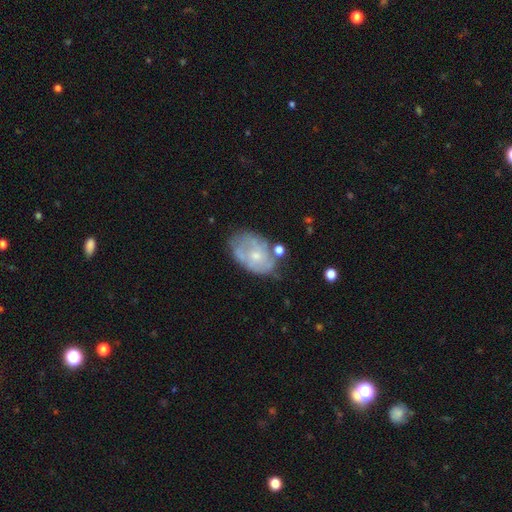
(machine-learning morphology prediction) This appears to be a featured or disk galaxy (59%) with no bar (81%), no spiral arms (50%, tied with yes) and a small central bulge (57%). Merging: none (48%).